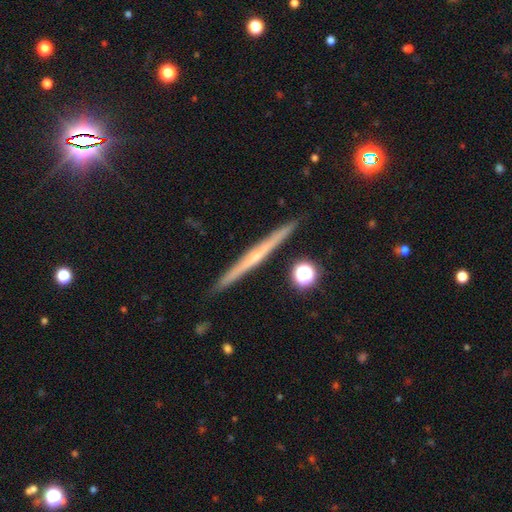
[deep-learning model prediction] The model was most divided on "edge-on bulge": none: 50%, rounded: 45%, boxy: 5%. More confident: edge-on disk — yes (98%); merging — none (91%); smooth or featured — featured or disk (71%).